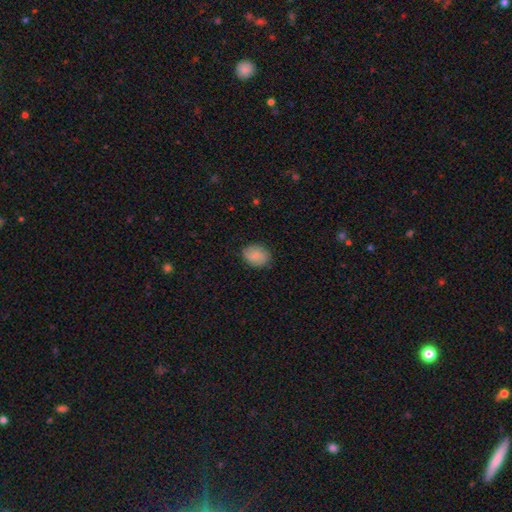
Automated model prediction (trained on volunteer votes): Smooth or featured: smooth — 80% (featured or disk — 13%)
How rounded: in between — 54% (round — 45%)
Merging: none — 84% (minor disturbance — 13%)